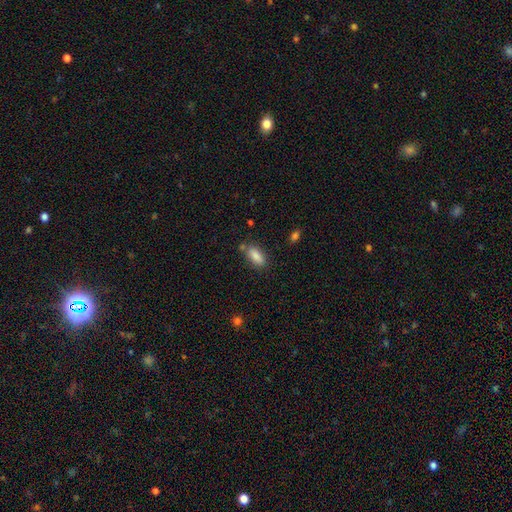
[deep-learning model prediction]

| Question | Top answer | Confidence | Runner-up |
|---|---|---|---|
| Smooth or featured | smooth | 85% | star or artifact (8%) |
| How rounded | in between | 83% | cigar-shaped (15%) |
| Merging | none | 75% | minor disturbance (14%) |